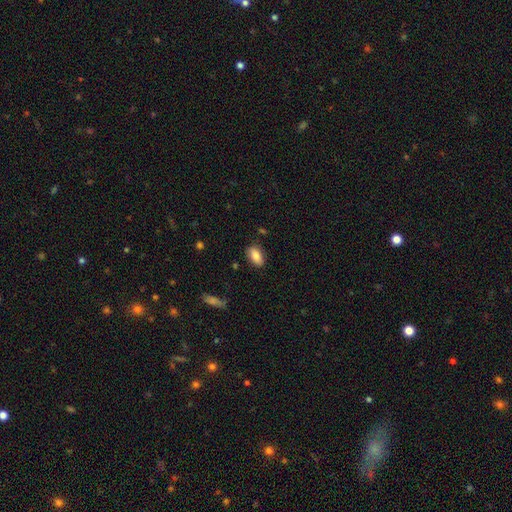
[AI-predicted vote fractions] Q: Smooth or featured?
A: smooth (83%); runner-up: featured or disk (10%)
Q: How rounded?
A: in between (90%); runner-up: cigar-shaped (5%)
Q: Merging?
A: none (83%); runner-up: minor disturbance (12%)